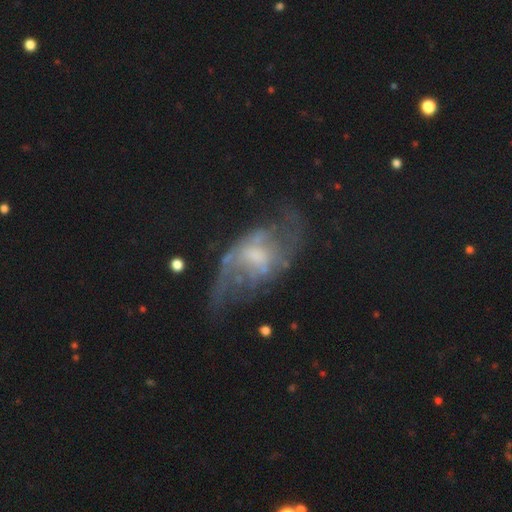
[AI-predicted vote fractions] This appears to be a featured or disk galaxy (76%) with no bar (55%), 2 (68%) loose (50%) spiral arms (75%) and a moderate central bulge (38%). Merging: none (47%).